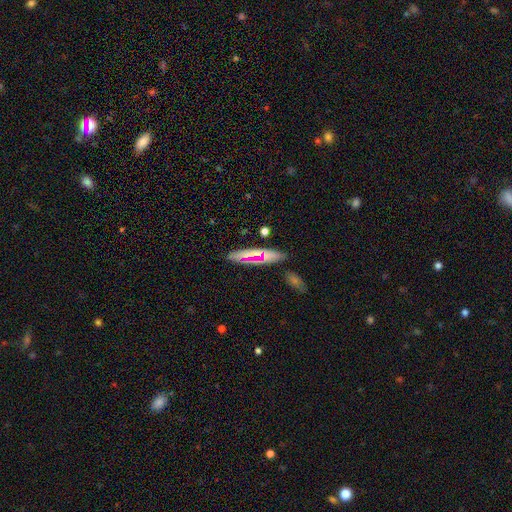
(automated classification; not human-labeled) Smooth or featured?
  - smooth: 55% *
  - featured or disk: 33%
  - star or artifact: 12%
How rounded?
  - cigar-shaped: 60% *
  - in between: 36%
  - round: 4%
Merging?
  - none: 81% *
  - minor disturbance: 12%
  - merger: 4%
  - major disturbance: 3%